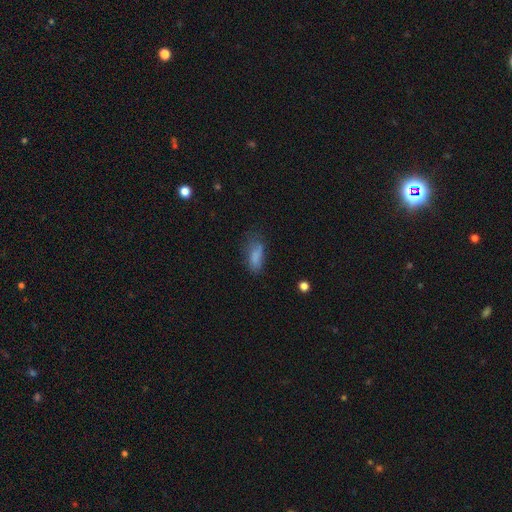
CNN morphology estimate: smooth-or-featured: smooth: 76% | featured or disk: 14% | star or artifact: 10%
  how-rounded: in between: 80% | cigar-shaped: 17% | round: 3%
  merging: none: 45% | minor disturbance: 31% | major disturbance: 19% | merger: 4%